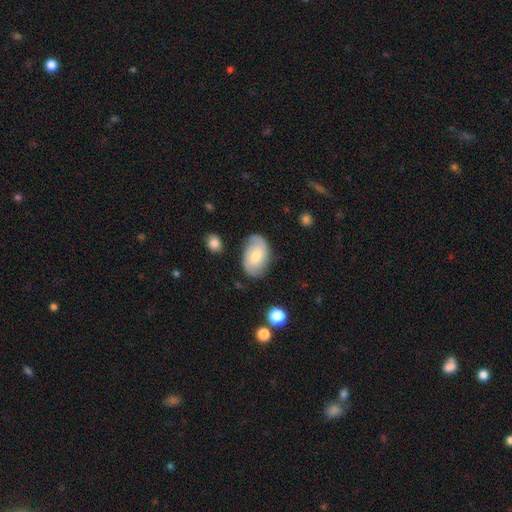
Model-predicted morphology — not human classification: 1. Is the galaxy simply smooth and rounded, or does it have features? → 48% smooth, 46% featured or disk, 7% star or artifact.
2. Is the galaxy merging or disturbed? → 73% none, 19% minor disturbance, 5% major disturbance, 2% merger.